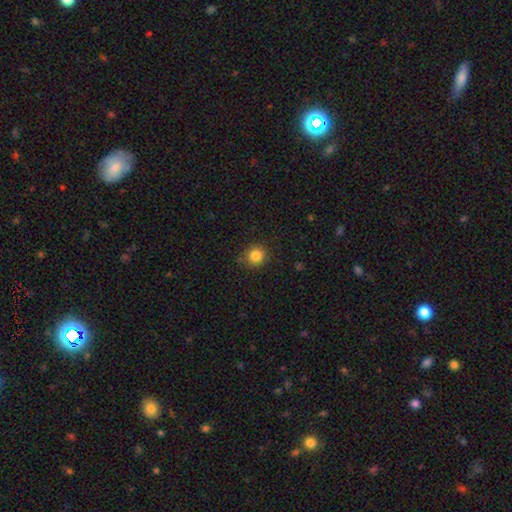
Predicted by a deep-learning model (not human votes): smooth 84%, star or artifact 11%, featured or disk 5%. Down the decision tree: how rounded — round (89%); merging — none (84%).